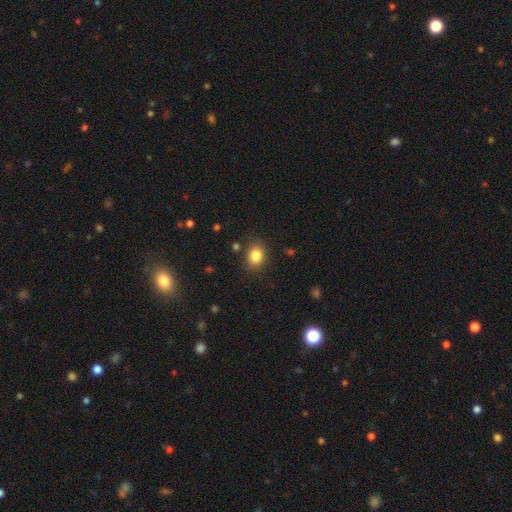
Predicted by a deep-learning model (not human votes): This is clearly a smooth galaxy (84%). How rounded: possibly in between (51%). Merging: clearly none (82%).